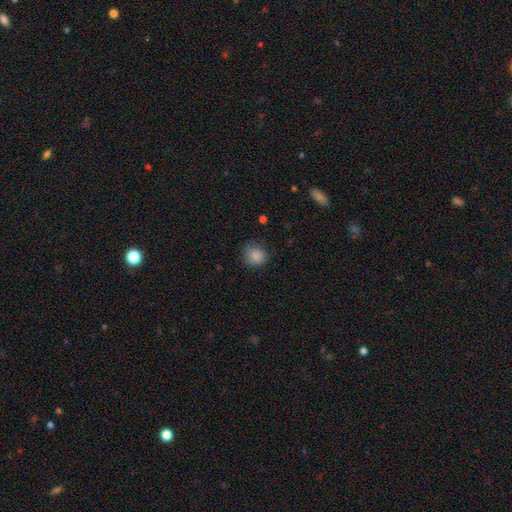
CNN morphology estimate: This is clearly a smooth galaxy (86%). How rounded: likely round (80%). Merging: likely none (78%).